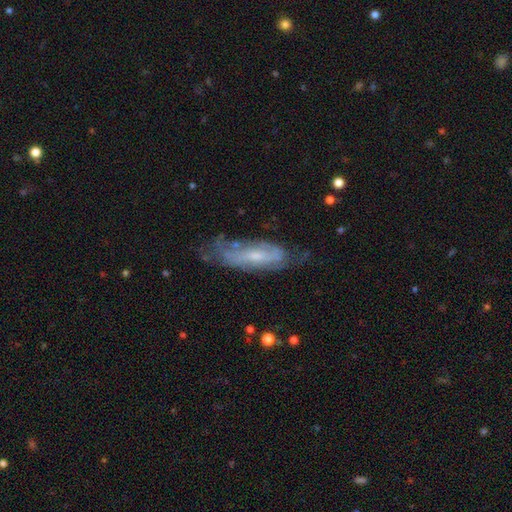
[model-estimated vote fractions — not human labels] A featured or disk galaxy (65%). Merging: none (56%).